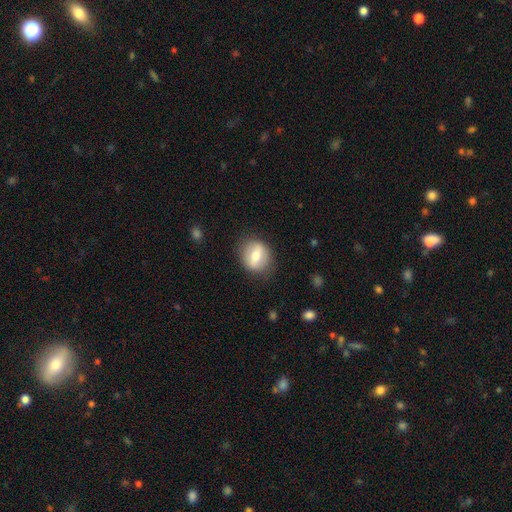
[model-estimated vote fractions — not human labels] Q: Smooth or featured?
A: smooth (56%); runner-up: featured or disk (37%)
Q: How rounded?
A: round (61%); runner-up: in between (37%)
Q: Merging?
A: none (82%); runner-up: minor disturbance (13%)